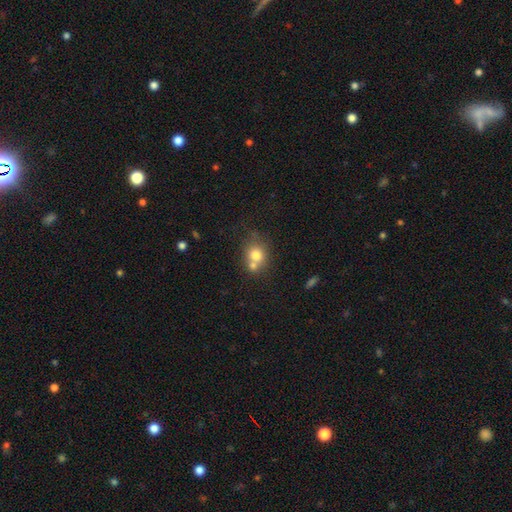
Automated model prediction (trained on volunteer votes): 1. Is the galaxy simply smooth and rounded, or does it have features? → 74% smooth, 15% featured or disk, 11% star or artifact.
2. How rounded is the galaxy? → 72% round, 28% in between, 1% cigar-shaped.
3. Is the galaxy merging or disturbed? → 43% merger, 42% none, 10% minor disturbance, 4% major disturbance.